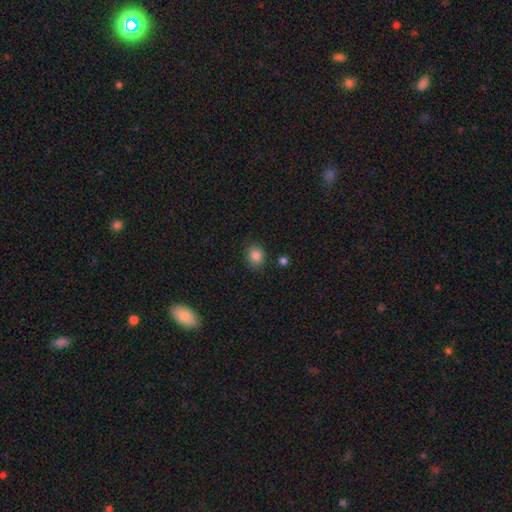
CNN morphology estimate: Overall: smooth (84%). How rounded: round (72%). Merging: none (86%).